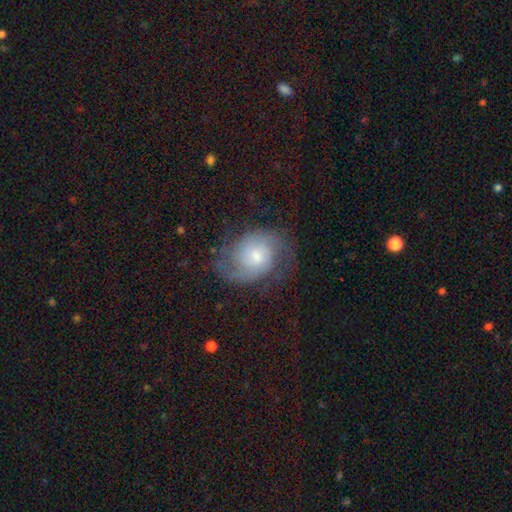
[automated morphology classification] The model was most divided on "bulge size": moderate: 48%, small: 38%, large: 8%, none: 4%, dominant: 2%. Remaining: edge-on disk — no (98%); spiral arms — yes (95%); smooth or featured — featured or disk (78%); spiral arm count — 2 (76%); merging — none (68%); bar — no (59%); spiral winding — medium (46%).